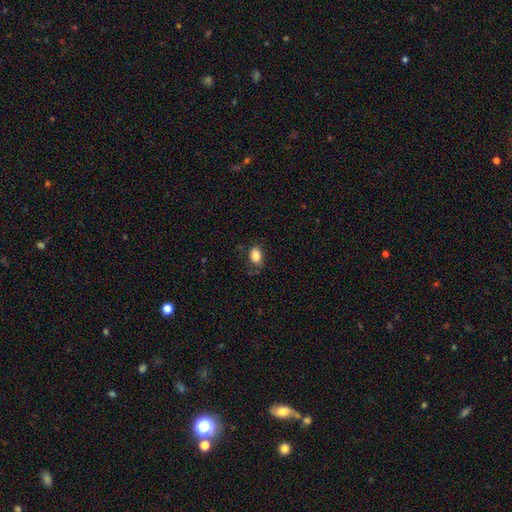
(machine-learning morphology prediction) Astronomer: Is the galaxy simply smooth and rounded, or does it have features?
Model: smooth — 85%.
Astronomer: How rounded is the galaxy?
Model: in between — 76%.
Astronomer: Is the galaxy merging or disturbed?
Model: none — 77%.